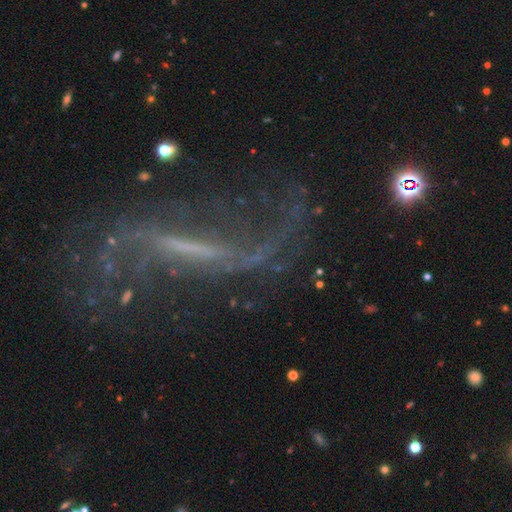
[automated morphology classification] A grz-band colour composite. It shows a featured or disk galaxy (81%) with a strong bar (58%), 2 (78%) loose (86%) spiral arms (82%) and no central bulge (59%). Merging: none (54%).